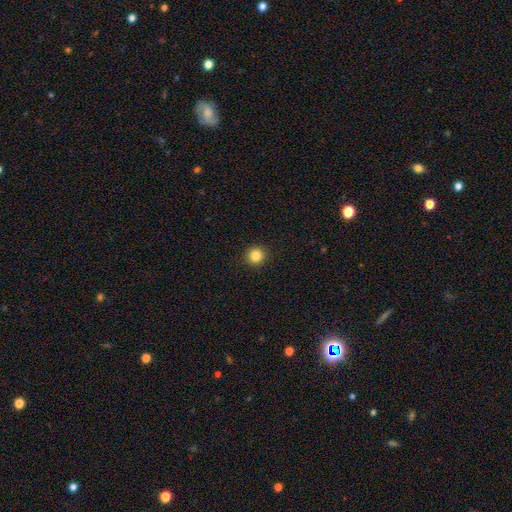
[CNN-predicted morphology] Smooth or featured? Predicted: smooth (p=0.84). How rounded? Predicted: round (p=0.94). Merging? Predicted: none (p=0.92).